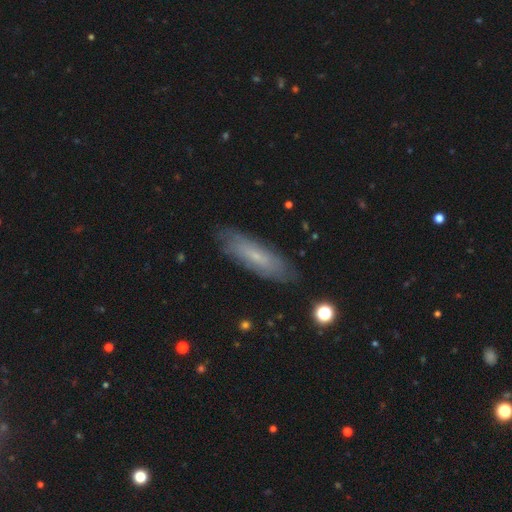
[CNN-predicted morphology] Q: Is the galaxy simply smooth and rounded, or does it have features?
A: smooth — 51%.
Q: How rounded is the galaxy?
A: cigar-shaped — 60%.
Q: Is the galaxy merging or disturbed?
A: none — 84%.